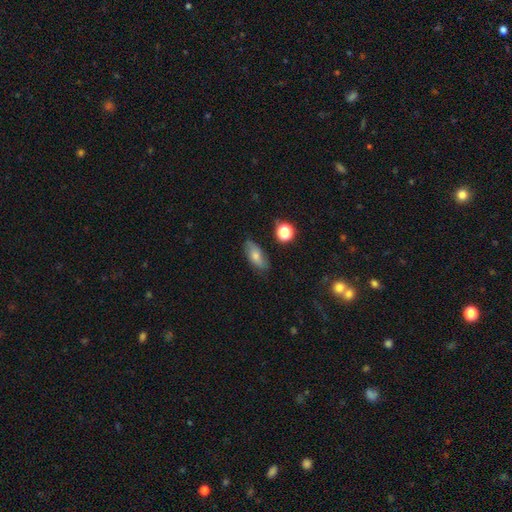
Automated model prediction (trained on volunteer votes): Overall: smooth (69%). How rounded: in between (80%). Merging: none (78%).